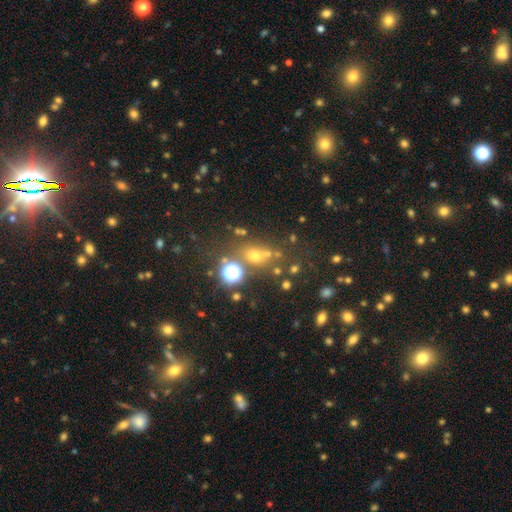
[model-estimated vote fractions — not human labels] A star or artifact, not a galaxy (48%).